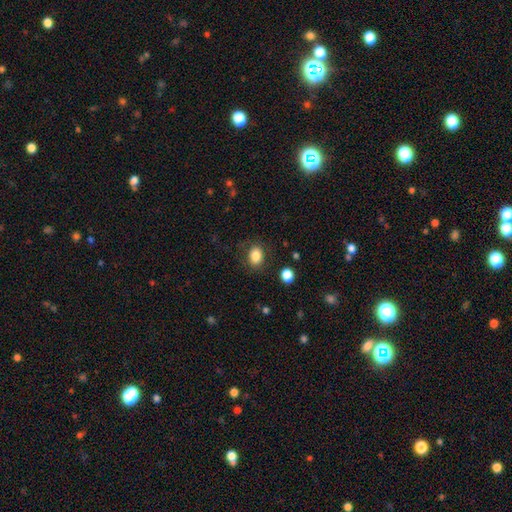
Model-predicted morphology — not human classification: Smooth or featured?
  - smooth: 85% *
  - star or artifact: 9%
  - featured or disk: 6%
How rounded?
  - in between: 63% *
  - round: 36%
  - cigar-shaped: 1%
Merging?
  - none: 83% *
  - minor disturbance: 11%
  - major disturbance: 4%
  - merger: 2%